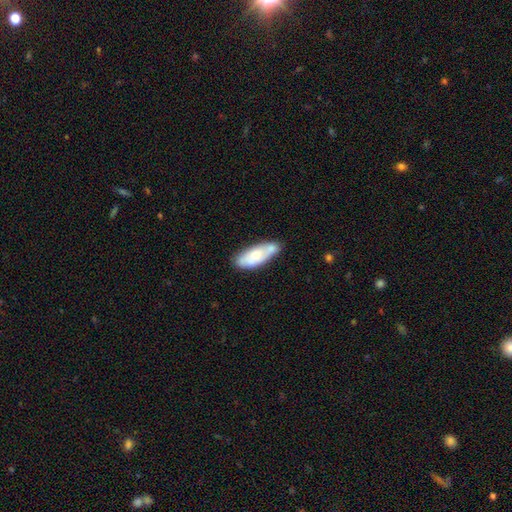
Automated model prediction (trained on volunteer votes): Smooth or featured?
  - smooth: 59% *
  - featured or disk: 35%
  - star or artifact: 6%
How rounded?
  - in between: 73% *
  - cigar-shaped: 25%
  - round: 2%
Merging?
  - none: 54% *
  - minor disturbance: 23%
  - merger: 17%
  - major disturbance: 6%